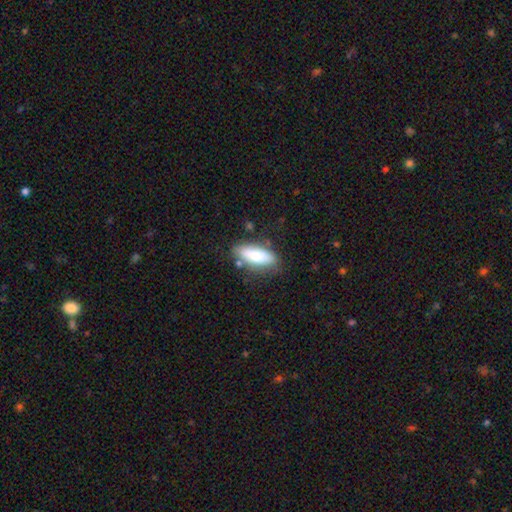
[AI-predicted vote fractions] A smooth galaxy with no disk features (72%) that is in between round and cigar-shaped (73%).

Vote fractions:
- Smooth or featured? smooth: 72% / featured or disk: 21% / star or artifact: 6%
- How rounded? in between: 73% / cigar-shaped: 25% / round: 2%
- Merging? none: 72% / minor disturbance: 17% / major disturbance: 5% / merger: 5%